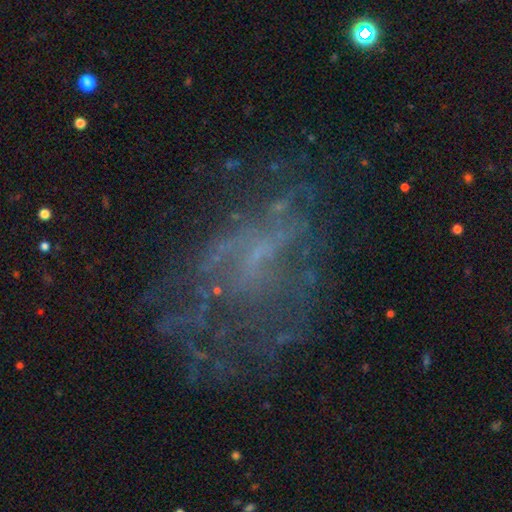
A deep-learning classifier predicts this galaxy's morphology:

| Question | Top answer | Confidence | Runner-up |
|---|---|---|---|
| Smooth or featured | featured or disk | 55% | star or artifact (29%) |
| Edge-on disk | no | 96% | yes (4%) |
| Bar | no | 73% | weak (20%) |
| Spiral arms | no | 66% | yes (34%) |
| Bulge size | none | 65% | small (24%) |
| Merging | none | 49% | major disturbance (31%) |